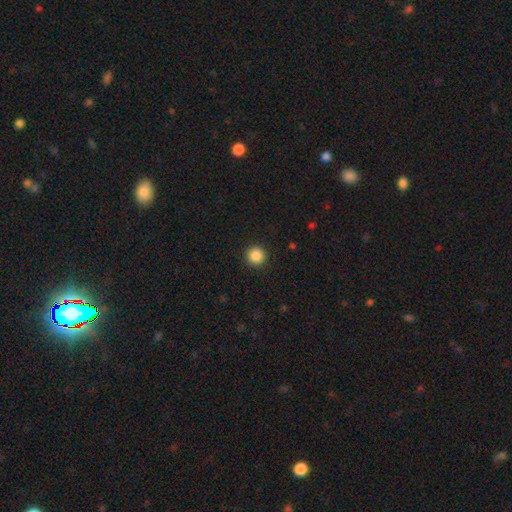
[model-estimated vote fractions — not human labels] Morphology: type=smooth (87%); roundness=round (96%); merging=none (93%).